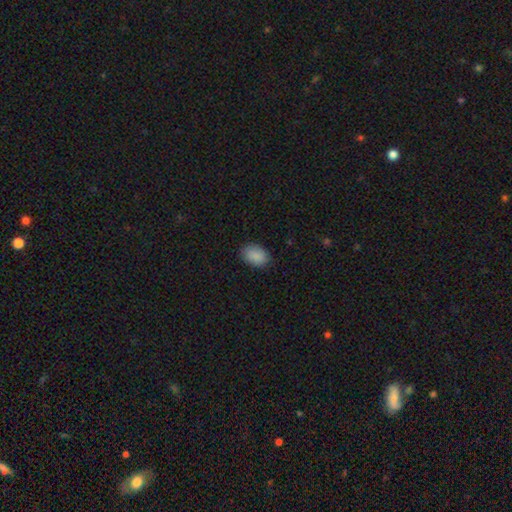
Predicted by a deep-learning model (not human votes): The model was most divided on "how rounded": in between: 82%, round: 17%, cigar-shaped: 1%. More confident: smooth or featured — smooth (89%); merging — none (85%).